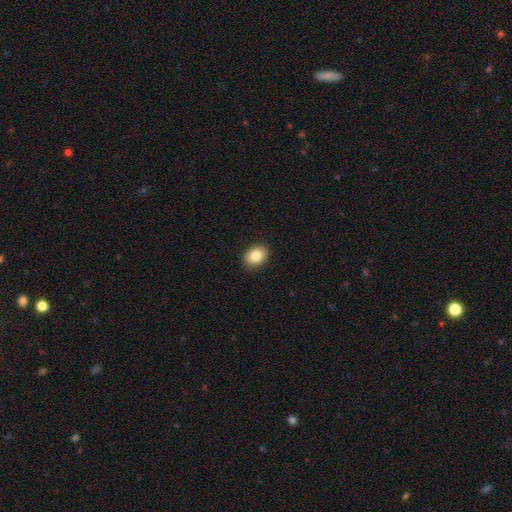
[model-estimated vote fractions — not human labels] This is clearly a smooth galaxy (84%). How rounded: likely in between (63%). Merging: clearly none (90%).